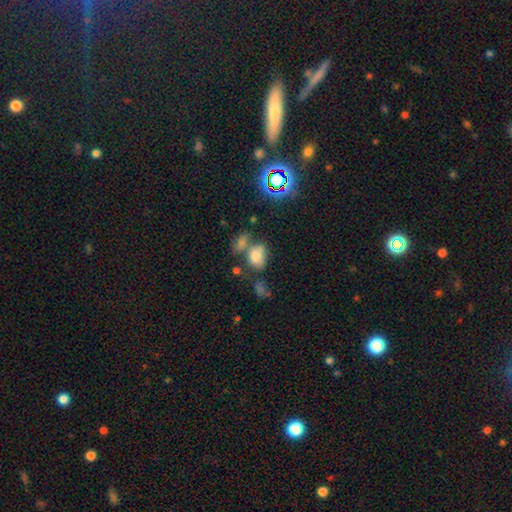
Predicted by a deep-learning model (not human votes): Smooth or featured? Predicted: smooth (p=0.70). How rounded? Predicted: in between (p=0.69). Merging? Predicted: none (p=0.39).